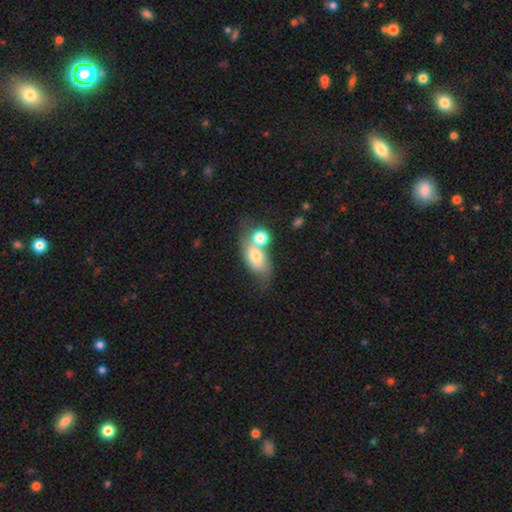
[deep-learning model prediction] smooth 66%, featured or disk 25%, star or artifact 9%. Down the decision tree: how rounded — in between (78%); merging — merger (51%).